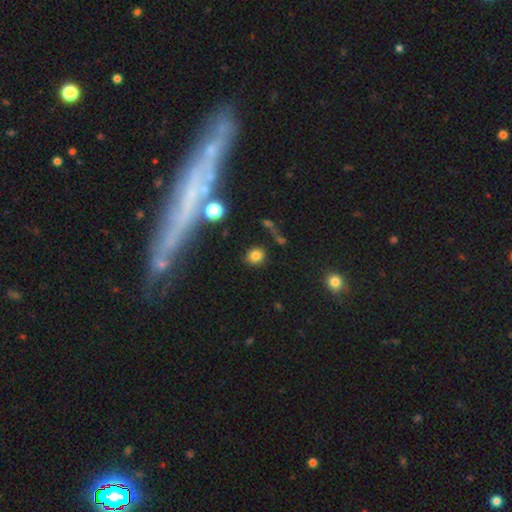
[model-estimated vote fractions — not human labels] Q: Smooth or featured?
A: smooth (78%); runner-up: star or artifact (15%)
Q: How rounded?
A: round (80%); runner-up: in between (19%)
Q: Merging?
A: none (81%); runner-up: minor disturbance (10%)